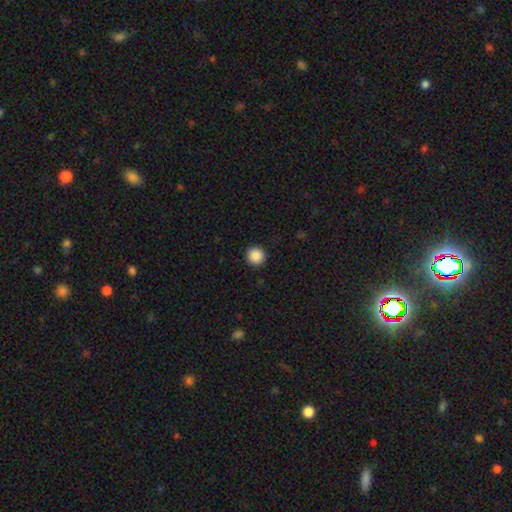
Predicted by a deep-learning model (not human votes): Smooth or featured?
  - smooth: 89% *
  - star or artifact: 9%
  - featured or disk: 2%
How rounded?
  - round: 95% *
  - in between: 4%
  - cigar-shaped: 1%
Merging?
  - none: 93% *
  - minor disturbance: 5%
  - major disturbance: 2%
  - merger: 1%